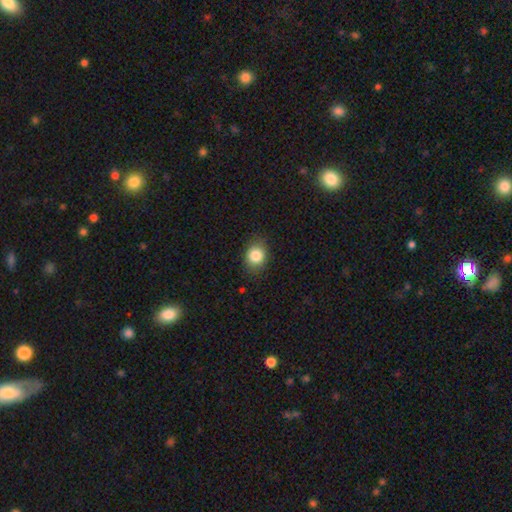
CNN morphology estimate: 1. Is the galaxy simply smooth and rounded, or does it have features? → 84% smooth, 9% star or artifact, 7% featured or disk.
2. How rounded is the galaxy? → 53% in between, 46% round, 1% cigar-shaped.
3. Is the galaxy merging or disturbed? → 83% none, 13% minor disturbance, 3% major disturbance, 1% merger.